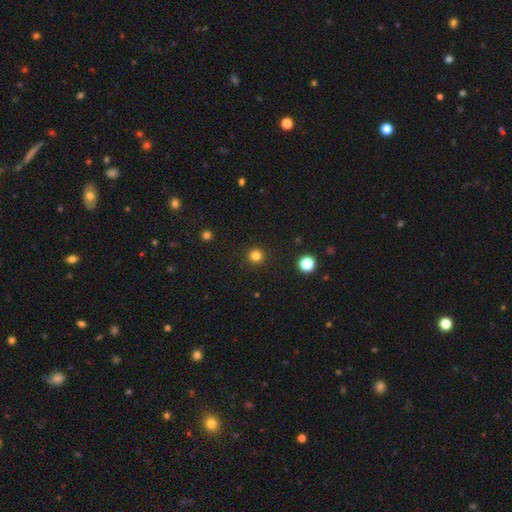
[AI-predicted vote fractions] This is clearly a smooth galaxy (82%). How rounded: clearly round (95%). Merging: clearly none (93%).